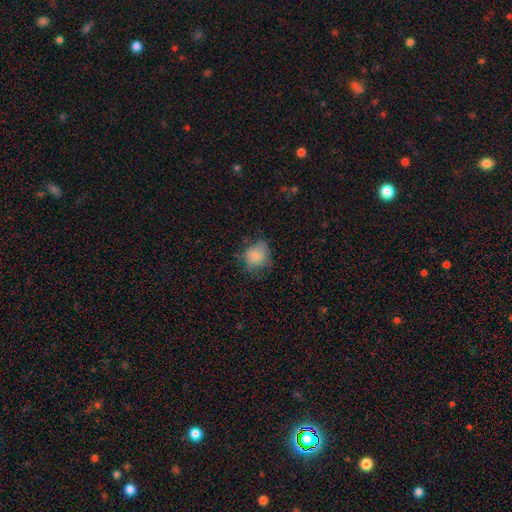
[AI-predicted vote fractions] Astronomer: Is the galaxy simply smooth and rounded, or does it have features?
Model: smooth — 77%.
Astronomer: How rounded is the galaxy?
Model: round — 65%.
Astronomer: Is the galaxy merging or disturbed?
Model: none — 56%.